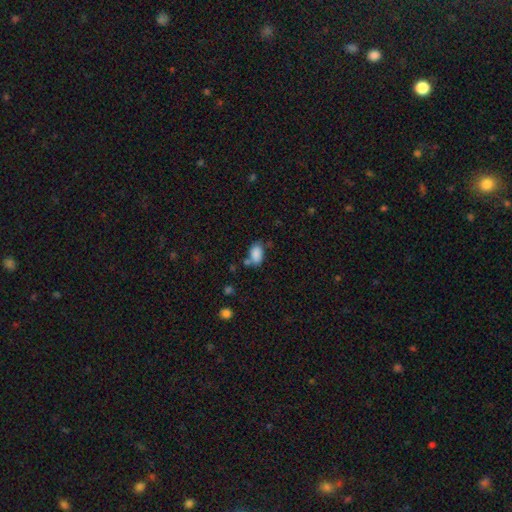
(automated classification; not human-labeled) This is clearly a smooth galaxy (86%). How rounded: clearly in between (89%). Merging: possibly none (59%).